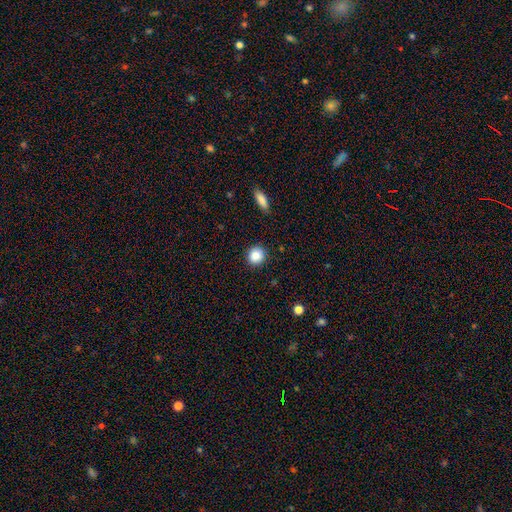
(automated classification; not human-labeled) Smooth or featured?
  - smooth: 86% *
  - star or artifact: 9%
  - featured or disk: 5%
How rounded?
  - round: 85% *
  - in between: 13%
  - cigar-shaped: 1%
Merging?
  - none: 90% *
  - minor disturbance: 7%
  - major disturbance: 2%
  - merger: 1%